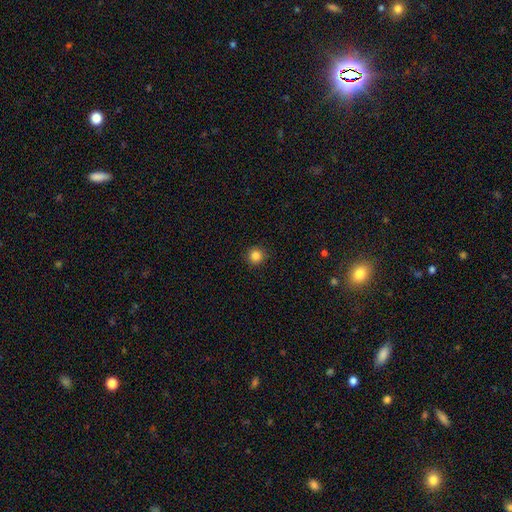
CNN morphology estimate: This appears to be a smooth galaxy with no disk features (85%) that is round (94%). Merging: none (92%).